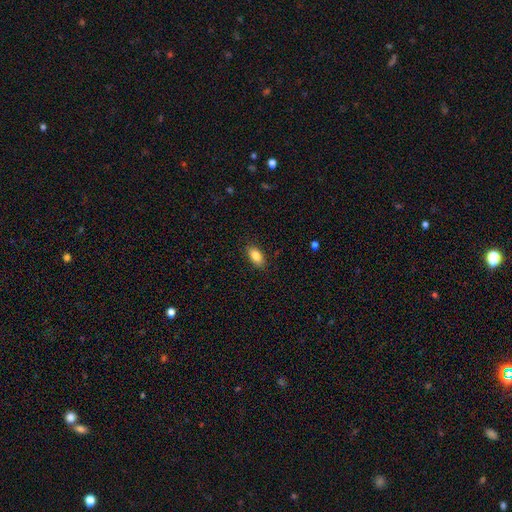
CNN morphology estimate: Smooth or featured: smooth — 85% (featured or disk — 8%)
How rounded: in between — 92% (round — 4%)
Merging: none — 87% (minor disturbance — 9%)